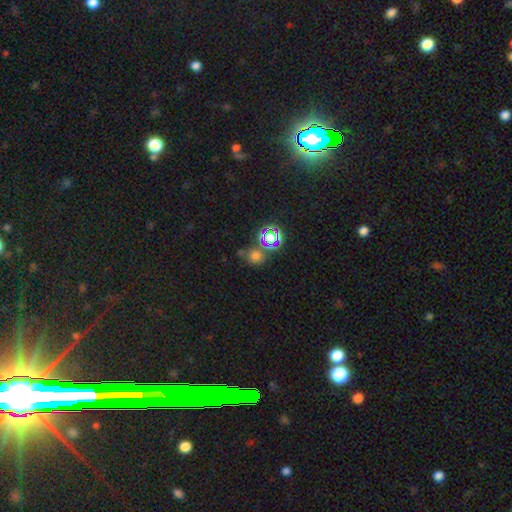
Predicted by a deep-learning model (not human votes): Smooth or featured?
  - smooth: 59% *
  - star or artifact: 33%
  - featured or disk: 8%
How rounded?
  - round: 80% *
  - in between: 18%
  - cigar-shaped: 1%
Merging?
  - none: 65% *
  - merger: 18%
  - minor disturbance: 12%
  - major disturbance: 5%